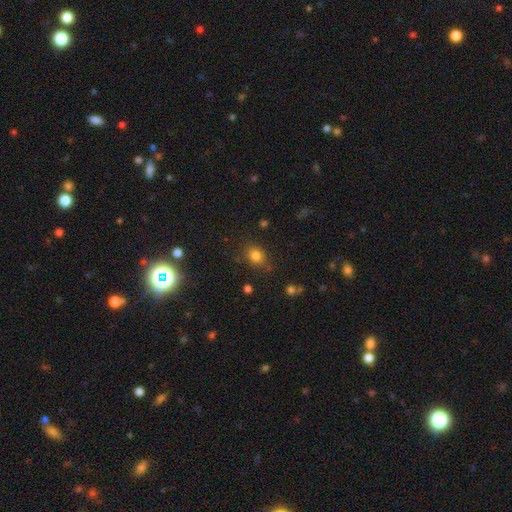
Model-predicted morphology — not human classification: Overall: smooth (80%). How rounded: round (52%; in between 47%). Merging: none (79%).